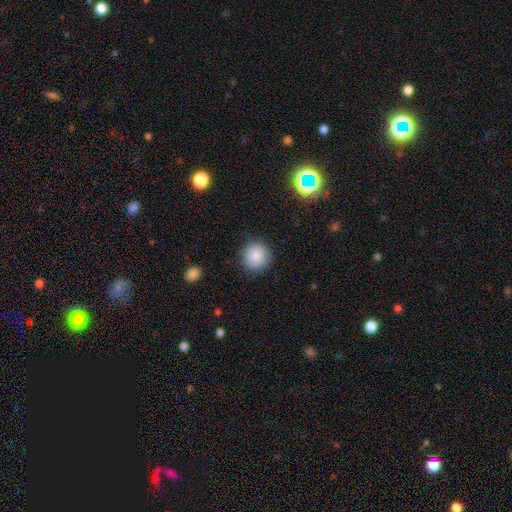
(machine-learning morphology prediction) A smooth galaxy with no disk features (87%) that is round (92%).

Vote fractions:
- Smooth or featured? smooth: 87% / star or artifact: 9% / featured or disk: 5%
- How rounded? round: 92% / in between: 7% / cigar-shaped: 1%
- Merging? none: 88% / minor disturbance: 8% / major disturbance: 3% / merger: 1%